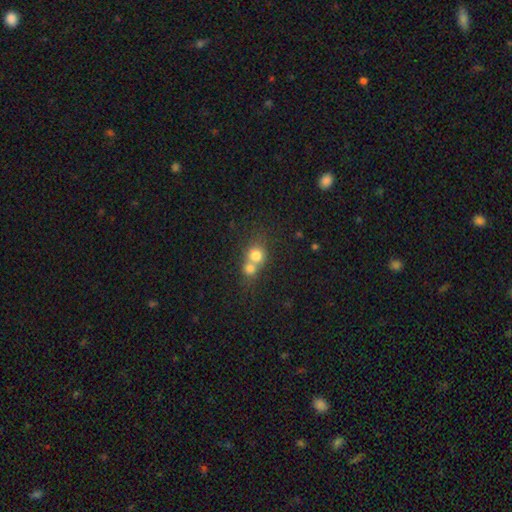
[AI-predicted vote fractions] Smooth or featured? Predicted: smooth (p=0.74). How rounded? Predicted: round (p=0.81). Merging? Predicted: merger (p=0.67).